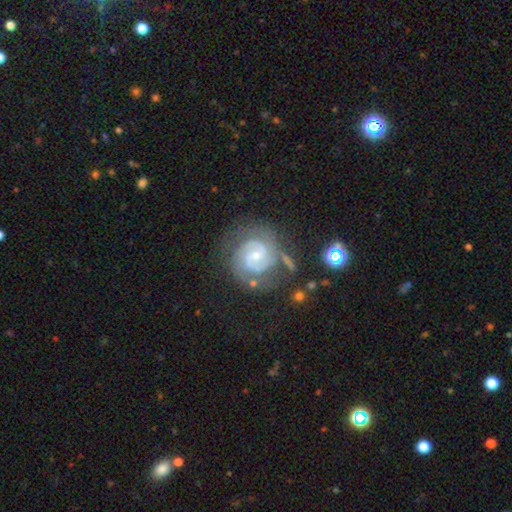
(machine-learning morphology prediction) A featured or disk galaxy (89%) with a weak bar (46%), 2 (76%) tight (61%) spiral arms (98%) and a small central bulge (68%).

Vote fractions:
- Smooth or featured? featured or disk: 89% / star or artifact: 6% / smooth: 5%
- Edge-on disk? no: 98% / yes: 2%
- Bar? weak: 46% / no: 39% / strong: 15%
- Spiral arms? yes: 98% / no: 2%
- Spiral winding? tight: 61% / medium: 33% / loose: 5%
- Spiral arm count? 2: 76% / 3: 11% / can't tell: 7% / 1: 2% / 4: 2% / more than 4: 2%
- Bulge size? small: 68% / moderate: 27% / none: 3% / large: 1% / dominant: 1%
- Merging? none: 68% / minor disturbance: 18% / major disturbance: 9% / merger: 5%